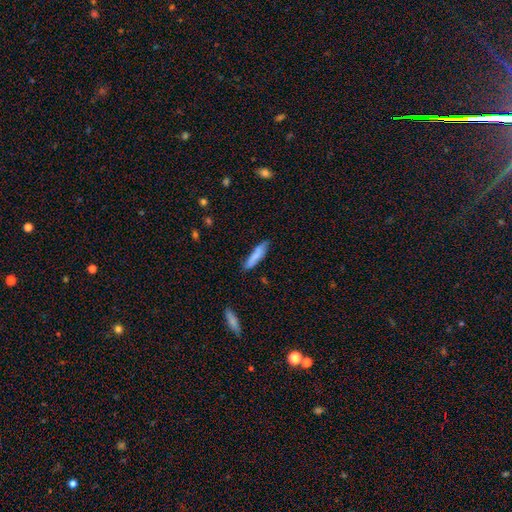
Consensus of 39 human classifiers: This appears to be a smooth galaxy with no disk features (87%) that is cigar-shaped (88%). Merging: none (92%).